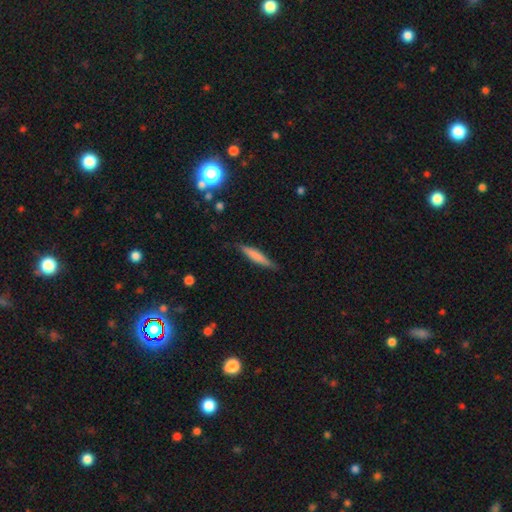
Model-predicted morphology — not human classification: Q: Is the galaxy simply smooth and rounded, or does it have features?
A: smooth — 69%.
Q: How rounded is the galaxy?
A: cigar-shaped — 89%.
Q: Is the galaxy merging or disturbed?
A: none — 82%.